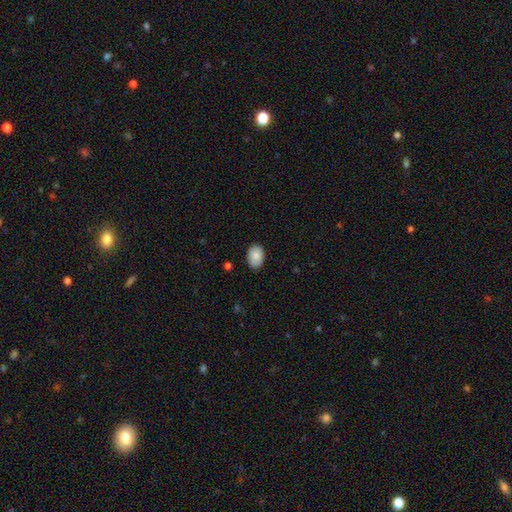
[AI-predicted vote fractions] Overall: smooth (88%). How rounded: in between (85%). Merging: none (85%).